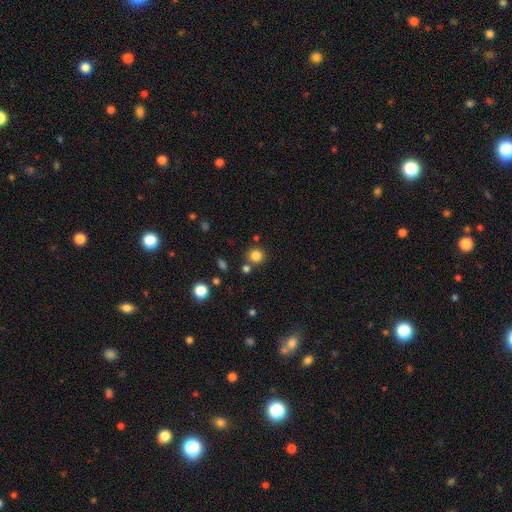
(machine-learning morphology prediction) smooth_or_featured: smooth (p=0.82) [alt: star or artifact p=0.12]
how_rounded: round (p=0.90) [alt: in between p=0.09]
merging: none (p=0.79) [alt: merger p=0.09]